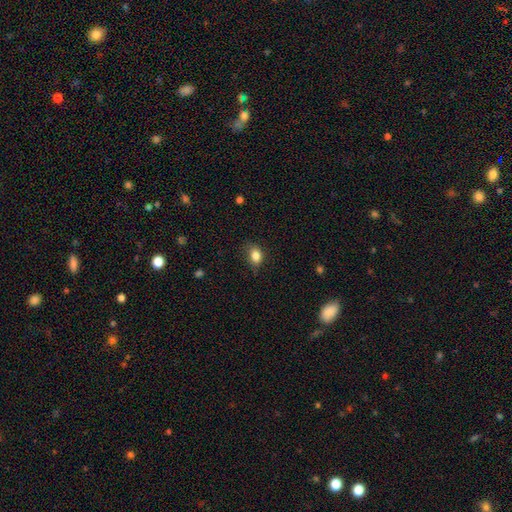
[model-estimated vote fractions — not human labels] Overall: smooth (84%). How rounded: in between (64%; round 35%). Merging: none (70%).